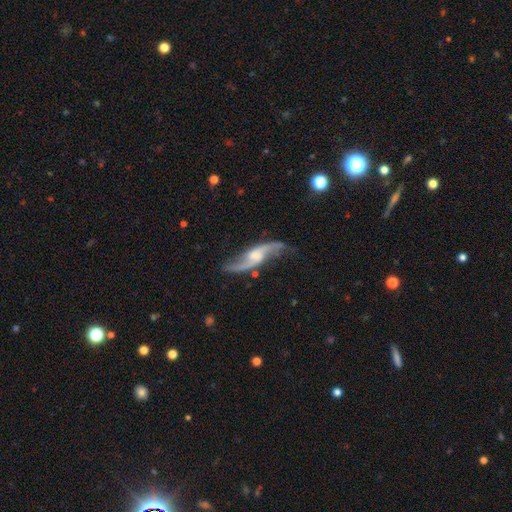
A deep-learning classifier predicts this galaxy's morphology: type=featured or disk (88%); edge-on=no (88%); bar=no (46%); spiral arms=yes (96%); winding=loose (81%); arm count=2 (93%); bulge=moderate (39%); merging=none (74%).